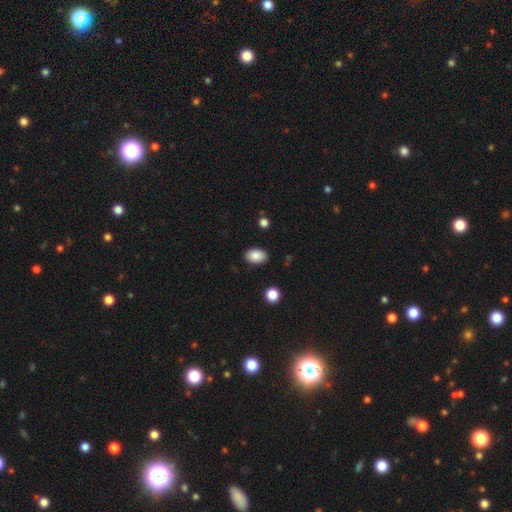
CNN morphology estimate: This appears to be a smooth galaxy with no disk features (88%) that is in between round and cigar-shaped (89%). Merging: none (87%).